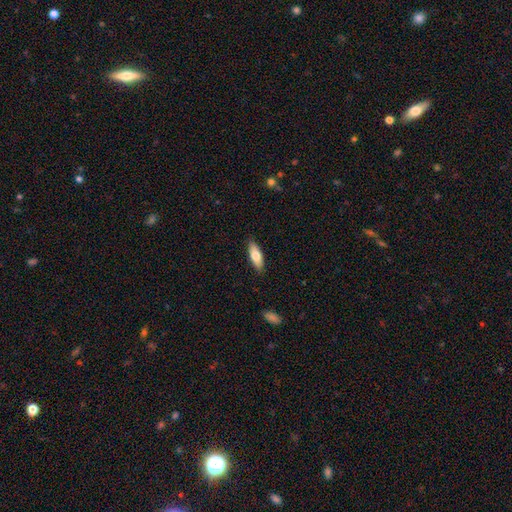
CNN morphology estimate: Overall: smooth (73%). How rounded: in between (67%; cigar-shaped 31%). Merging: none (88%).